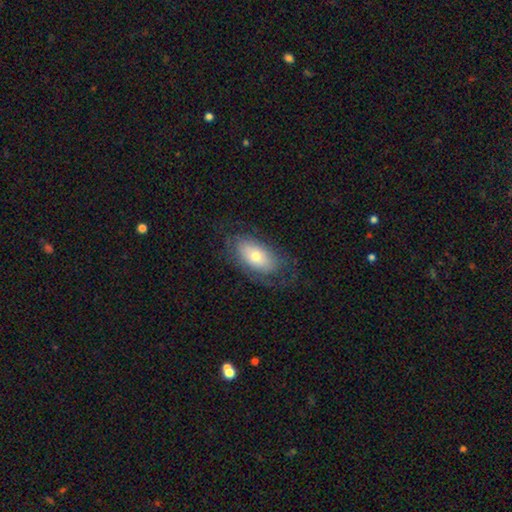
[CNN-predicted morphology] This appears to be a smooth galaxy with no disk features (58%) that is in between round and cigar-shaped (91%). Merging: none (67%).